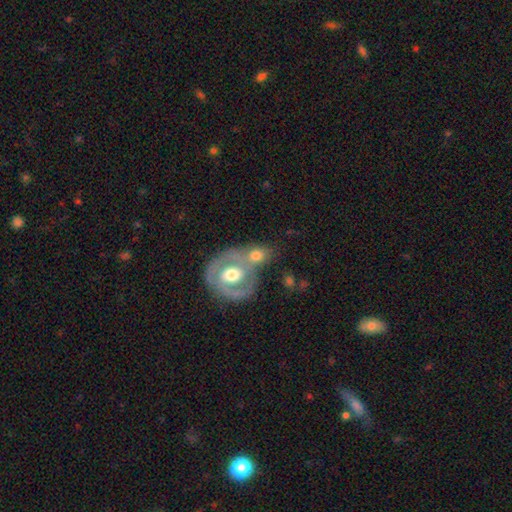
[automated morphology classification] The model was most divided on "how rounded": round: 50%, in between: 48%, cigar-shaped: 2%. Remaining: smooth or featured — smooth (50%); merging — merger (49%).